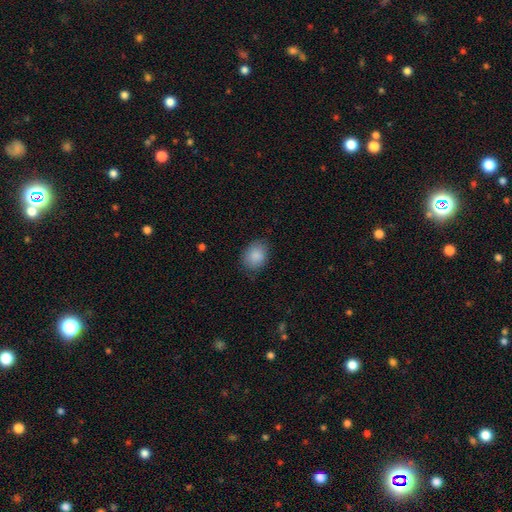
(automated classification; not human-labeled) This appears to be a smooth galaxy with no disk features (88%) that is in between round and cigar-shaped (54%). Merging: none (80%).